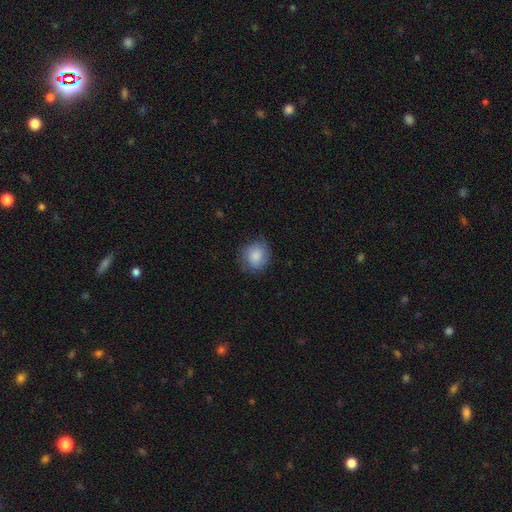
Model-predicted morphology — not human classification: This appears to be a smooth galaxy with no disk features (86%) that is round (77%). Merging: none (78%).